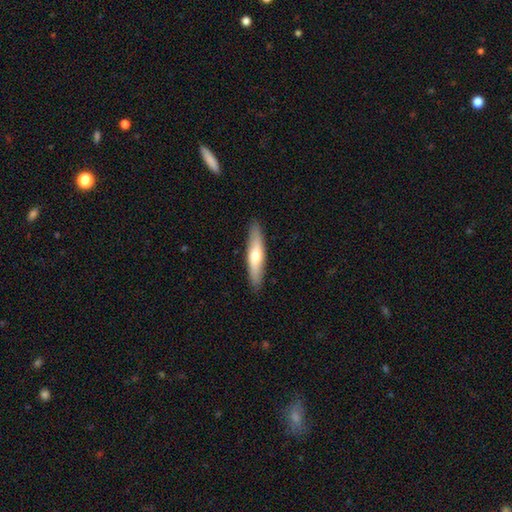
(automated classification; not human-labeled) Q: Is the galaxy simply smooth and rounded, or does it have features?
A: smooth — 58%.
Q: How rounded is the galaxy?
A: cigar-shaped — 80%.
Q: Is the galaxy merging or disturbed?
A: none — 89%.